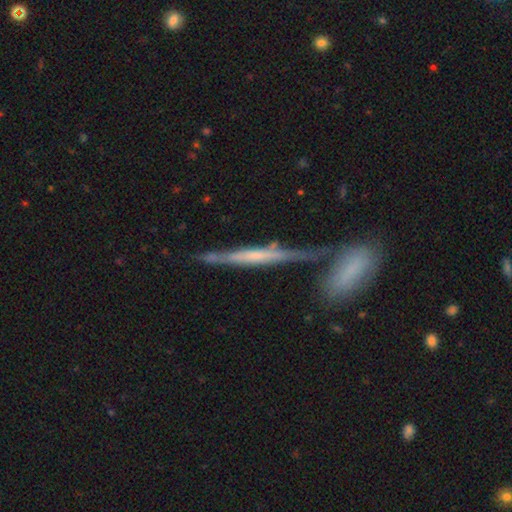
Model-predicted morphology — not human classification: smooth-or-featured: featured or disk: 64% | smooth: 29% | star or artifact: 7%
  disk-edge-on: yes: 93% | no: 7%
    edge-on-bulge: none: 56% | rounded: 25% | boxy: 19%
  merging: none: 64% | merger: 17% | minor disturbance: 14% | major disturbance: 5%